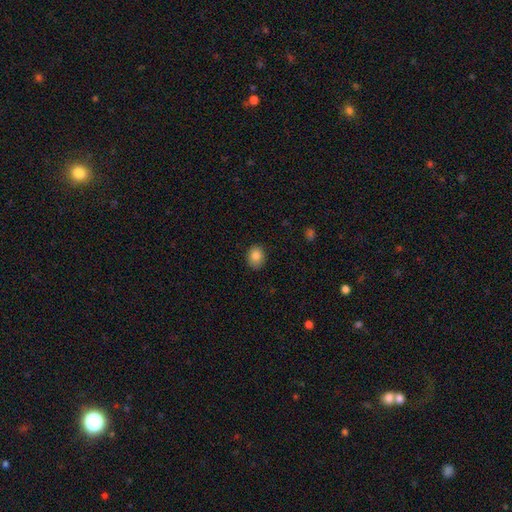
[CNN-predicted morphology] Smooth or featured? Predicted: smooth (p=0.85). How rounded? Predicted: round (p=0.57). Merging? Predicted: none (p=0.85).